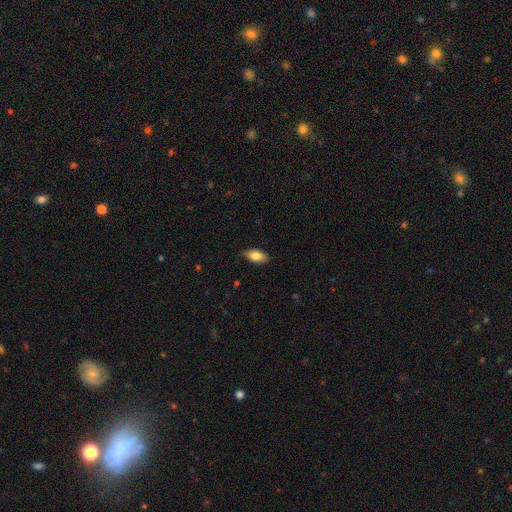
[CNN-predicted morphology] This appears to be a smooth galaxy with no disk features (82%) that is in between round and cigar-shaped (92%). Merging: none (86%).